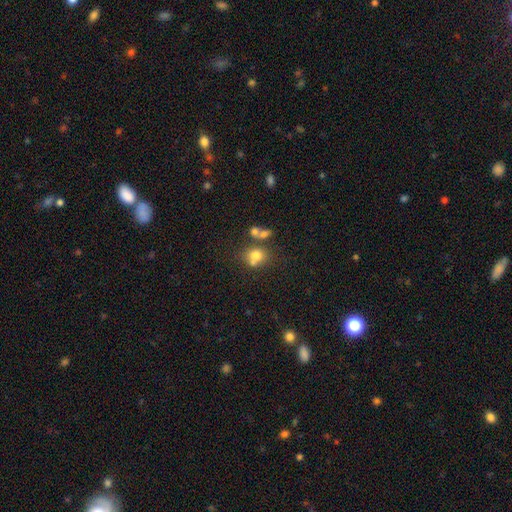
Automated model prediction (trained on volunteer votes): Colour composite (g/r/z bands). It shows a smooth galaxy with no disk features (71%) that is round (68%). Merging: none (45%).